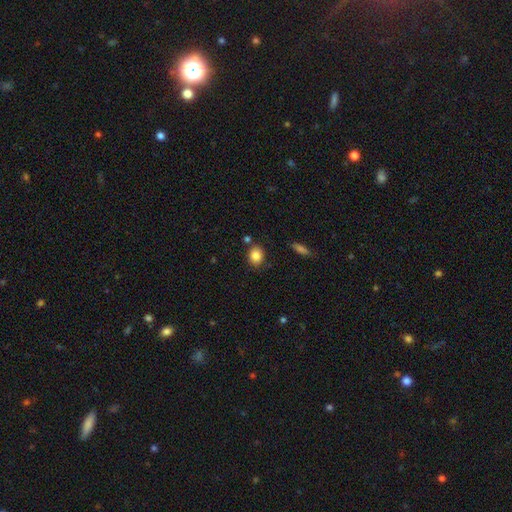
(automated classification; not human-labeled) This is clearly a smooth galaxy (83%). How rounded: possibly round (56%). Merging: clearly none (81%).